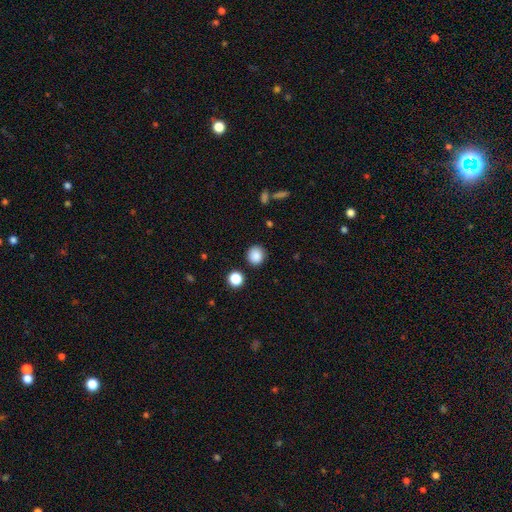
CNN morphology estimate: Smooth or featured?
  - smooth: 87% *
  - star or artifact: 10%
  - featured or disk: 3%
How rounded?
  - round: 88% *
  - in between: 11%
  - cigar-shaped: 1%
Merging?
  - none: 88% *
  - minor disturbance: 7%
  - merger: 2%
  - major disturbance: 2%